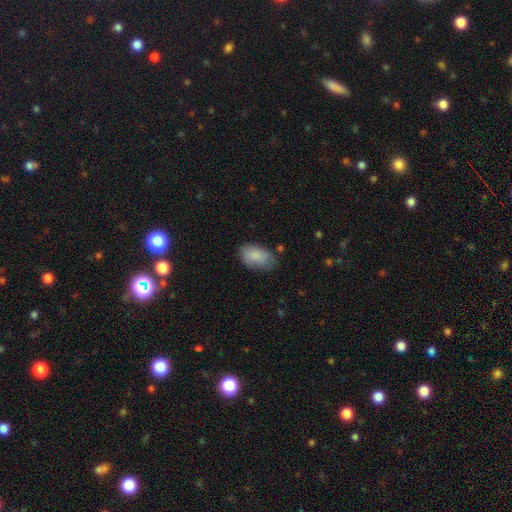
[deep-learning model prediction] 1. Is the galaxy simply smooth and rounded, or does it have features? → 85% smooth, 8% featured or disk, 6% star or artifact.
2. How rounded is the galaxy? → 92% in between, 6% round, 1% cigar-shaped.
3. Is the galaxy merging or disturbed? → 68% none, 24% minor disturbance, 6% major disturbance, 2% merger.